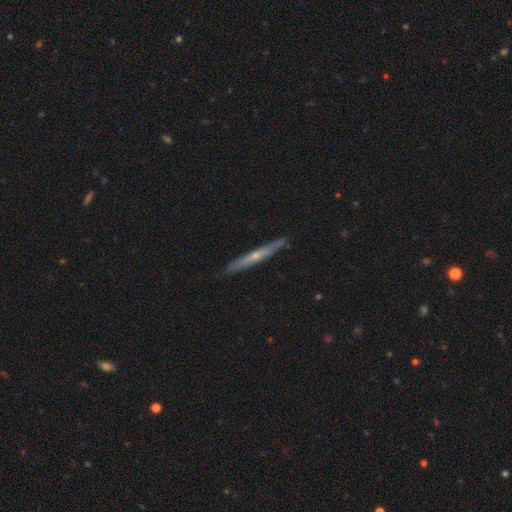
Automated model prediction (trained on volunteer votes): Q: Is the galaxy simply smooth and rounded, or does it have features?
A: featured or disk — 62%.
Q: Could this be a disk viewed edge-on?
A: yes — 95%.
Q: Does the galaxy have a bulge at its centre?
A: rounded — 56%.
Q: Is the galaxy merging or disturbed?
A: none — 90%.